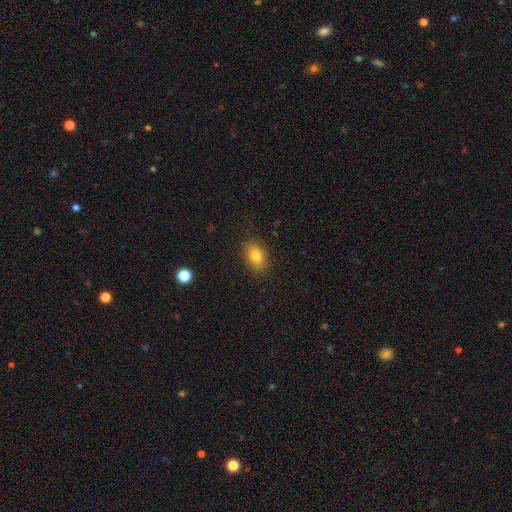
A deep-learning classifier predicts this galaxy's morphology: This is clearly a smooth galaxy (81%). How rounded: likely in between (77%). Merging: clearly none (85%).